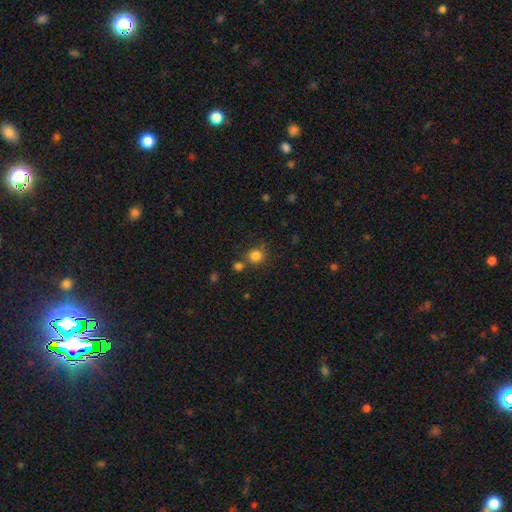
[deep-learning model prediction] The model was most divided on "merging": none: 71%, merger: 14%, minor disturbance: 11%, major disturbance: 4%. More confident: how rounded — round (89%); smooth or featured — smooth (82%).